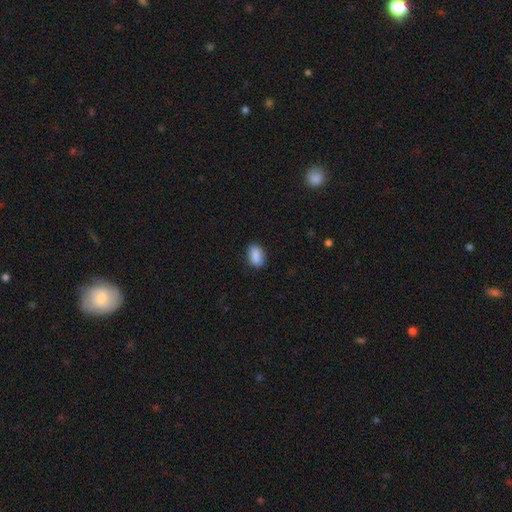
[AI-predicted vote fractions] Smooth or featured?
  - smooth: 89% *
  - star or artifact: 8%
  - featured or disk: 4%
How rounded?
  - in between: 87% *
  - round: 11%
  - cigar-shaped: 2%
Merging?
  - none: 83% *
  - minor disturbance: 13%
  - major disturbance: 3%
  - merger: 1%